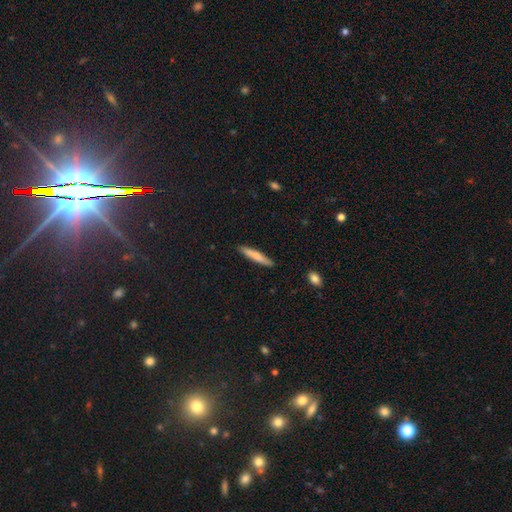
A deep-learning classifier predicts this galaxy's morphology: Smooth or featured? smooth (72%)
How rounded? cigar-shaped (92%)
Merging? none (87%)